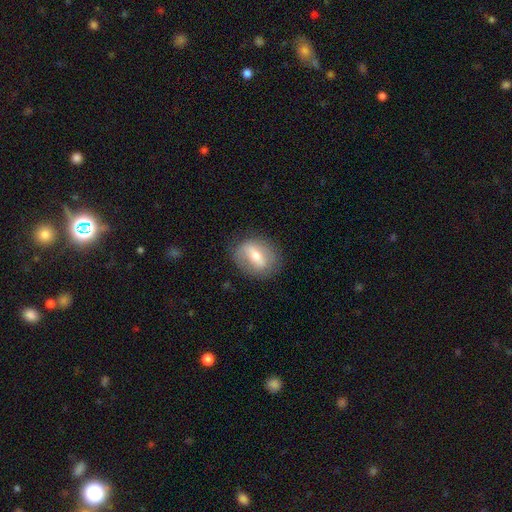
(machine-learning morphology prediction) A featured or disk galaxy (49%).

Vote fractions:
- Smooth or featured? featured or disk: 49% / smooth: 44% / star or artifact: 7%
- Merging? none: 78% / minor disturbance: 15% / major disturbance: 6% / merger: 1%